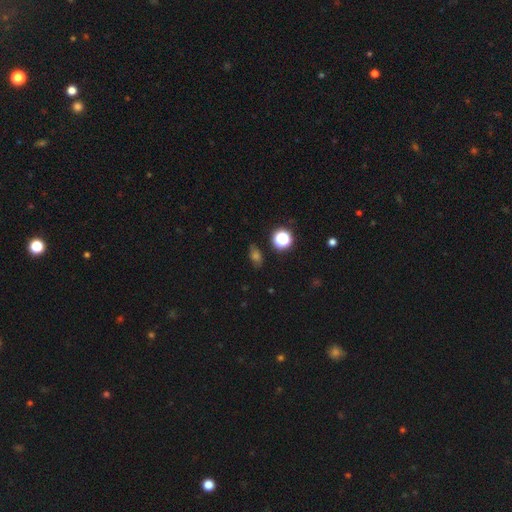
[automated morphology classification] Smooth or featured: smooth — 50% (star or artifact — 38%)
How rounded: in between — 59% (round — 37%)
Merging: none — 82% (minor disturbance — 11%)